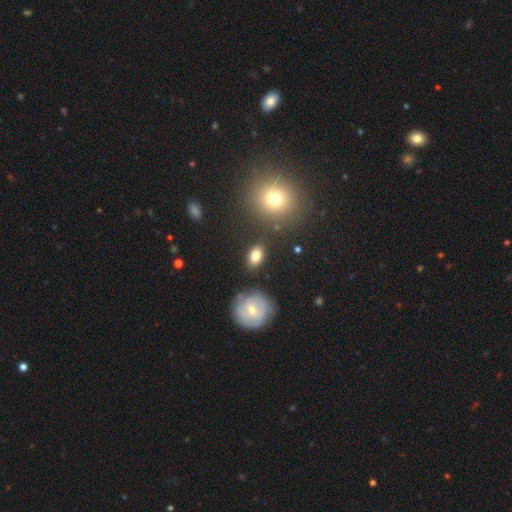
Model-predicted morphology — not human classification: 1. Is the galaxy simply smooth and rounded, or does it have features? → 81% smooth, 11% featured or disk, 8% star or artifact.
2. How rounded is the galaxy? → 82% in between, 17% round, 2% cigar-shaped.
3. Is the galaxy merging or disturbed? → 83% none, 10% minor disturbance, 3% merger, 3% major disturbance.